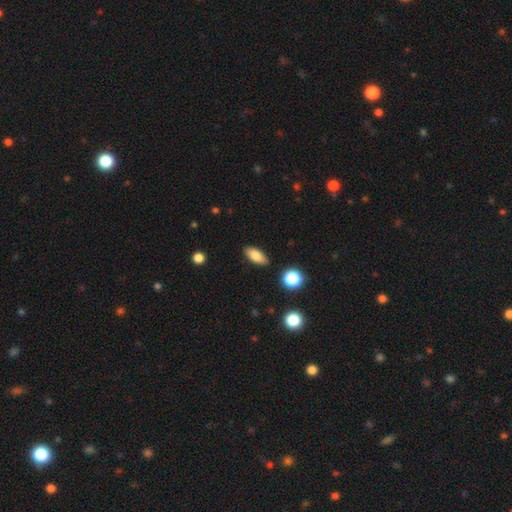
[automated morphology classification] smooth_or_featured: smooth (p=0.82) [alt: featured or disk p=0.10]
how_rounded: in between (p=0.82) [alt: cigar-shaped p=0.14]
merging: none (p=0.87) [alt: minor disturbance p=0.09]